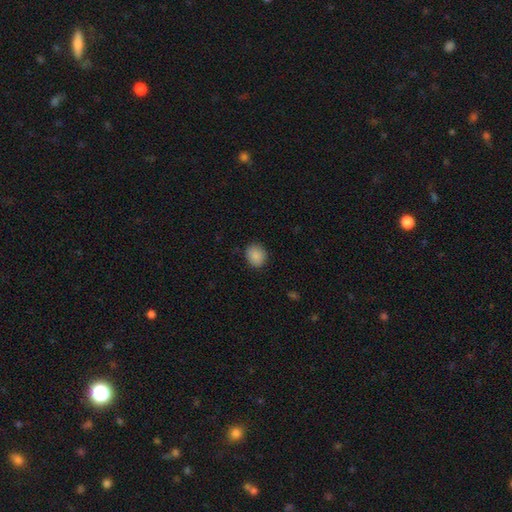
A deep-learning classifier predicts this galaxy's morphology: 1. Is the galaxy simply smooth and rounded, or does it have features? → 88% smooth, 8% star or artifact, 4% featured or disk.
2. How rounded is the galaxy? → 68% round, 31% in between, 1% cigar-shaped.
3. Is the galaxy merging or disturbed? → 86% none, 10% minor disturbance, 3% major disturbance, 1% merger.